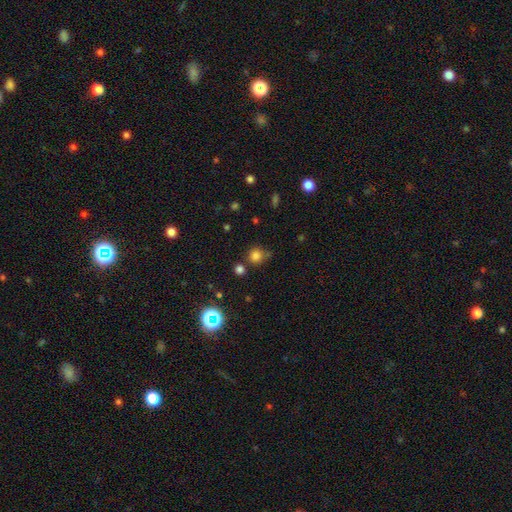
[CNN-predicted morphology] The model was most divided on "merging": none: 70%, minor disturbance: 15%, merger: 11%, major disturbance: 5%. More confident: how rounded — round (90%); smooth or featured — smooth (78%).